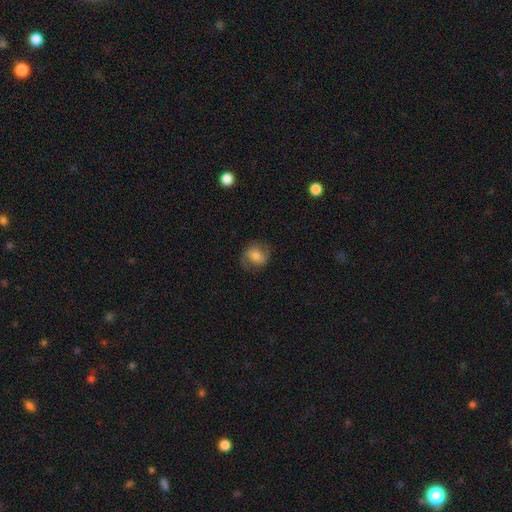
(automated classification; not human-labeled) The model was most divided on "smooth or featured": smooth: 51%, featured or disk: 40%, star or artifact: 9%. More confident: merging — none (75%); how rounded — round (62%).